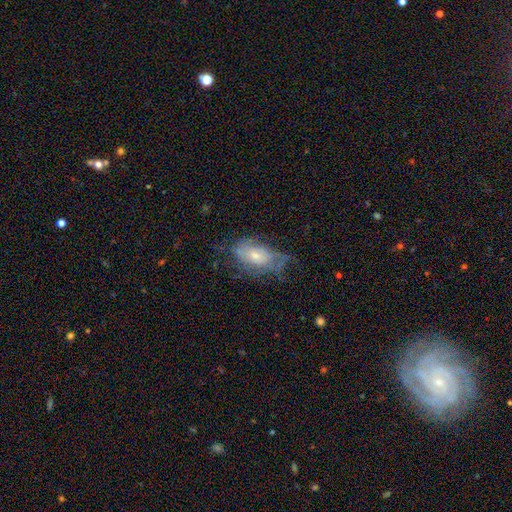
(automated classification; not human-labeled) This appears to be a featured or disk galaxy (51%). Merging: none (42%).